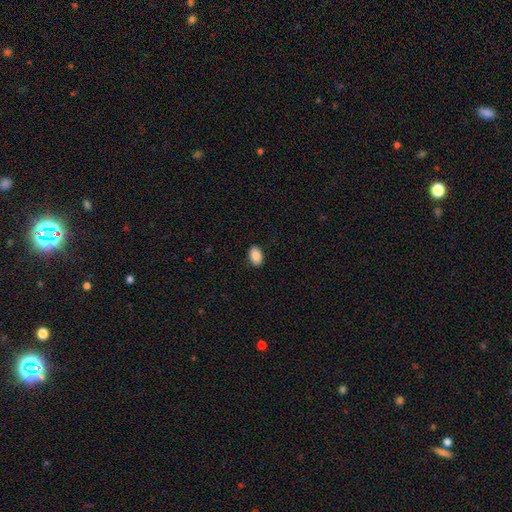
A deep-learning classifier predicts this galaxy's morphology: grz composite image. It shows a smooth galaxy with no disk features (89%) that is in between round and cigar-shaped (90%). Merging: none (89%).